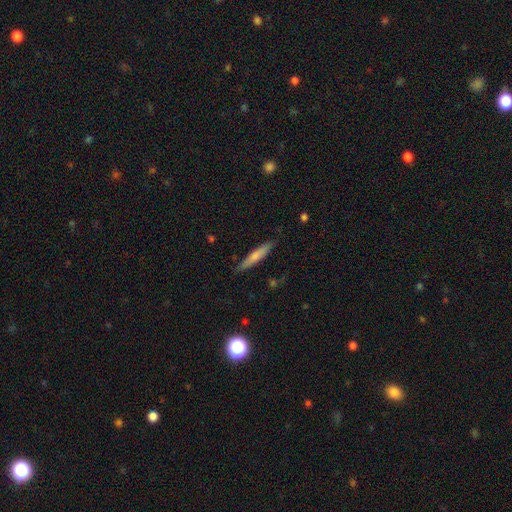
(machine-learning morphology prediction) This appears to be a smooth galaxy with no disk features (62%) that is cigar-shaped (91%). Merging: none (86%).